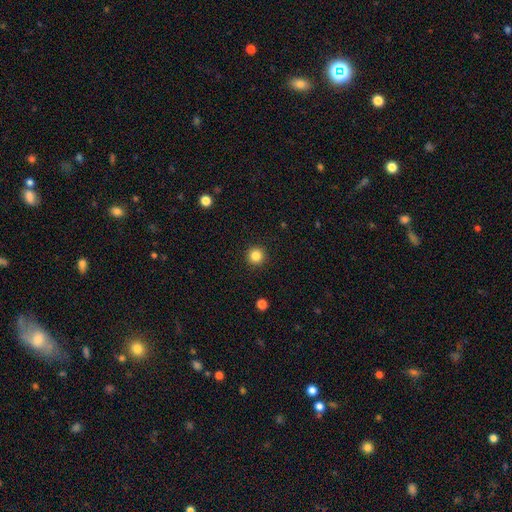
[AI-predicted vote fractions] Overall: smooth (84%). How rounded: round (96%). Merging: none (93%).